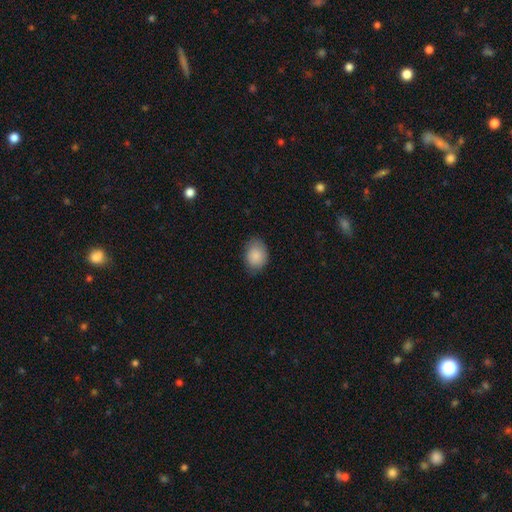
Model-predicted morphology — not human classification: Q: Smooth or featured?
A: smooth (87%); runner-up: star or artifact (7%)
Q: How rounded?
A: in between (63%); runner-up: round (37%)
Q: Merging?
A: none (75%); runner-up: minor disturbance (20%)